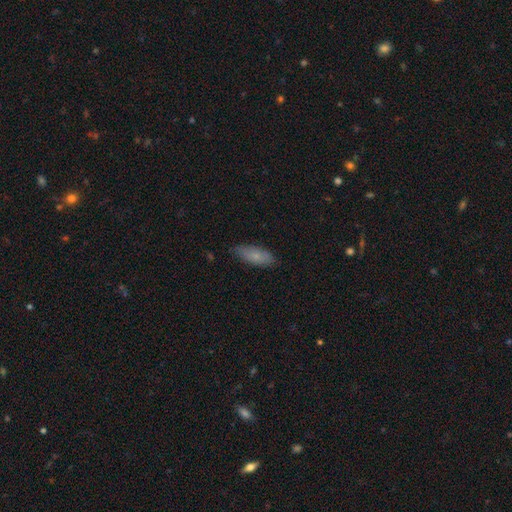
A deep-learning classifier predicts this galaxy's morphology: The model was most divided on "how rounded": in between: 77%, cigar-shaped: 21%, round: 2%. More confident: merging — none (79%); smooth or featured — smooth (77%).